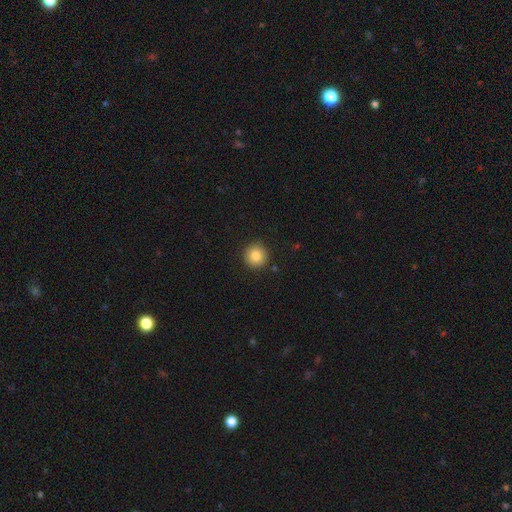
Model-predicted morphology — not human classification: Q: Smooth or featured?
A: smooth (84%); runner-up: star or artifact (9%)
Q: How rounded?
A: round (95%); runner-up: in between (4%)
Q: Merging?
A: none (91%); runner-up: minor disturbance (6%)